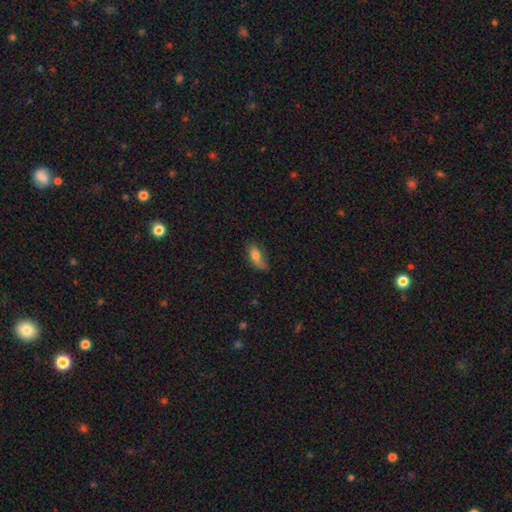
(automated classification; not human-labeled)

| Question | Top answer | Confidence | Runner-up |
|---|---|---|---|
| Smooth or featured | smooth | 69% | featured or disk (24%) |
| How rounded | in between | 81% | cigar-shaped (16%) |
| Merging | none | 65% | minor disturbance (27%) |